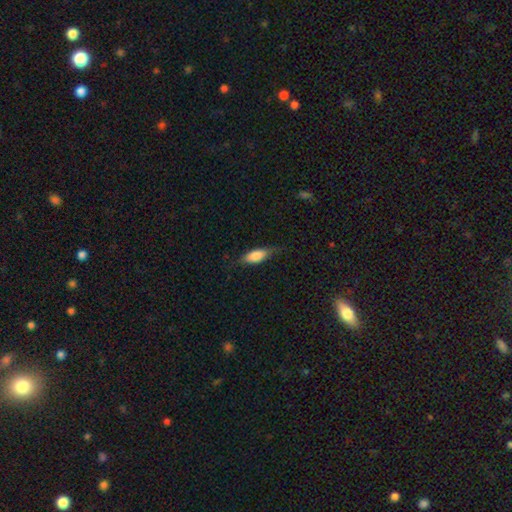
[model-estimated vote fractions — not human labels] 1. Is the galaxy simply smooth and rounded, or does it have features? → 77% smooth, 17% featured or disk, 6% star or artifact.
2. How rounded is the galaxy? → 78% in between, 19% cigar-shaped, 3% round.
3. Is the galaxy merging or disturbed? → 69% none, 24% minor disturbance, 7% major disturbance, 1% merger.